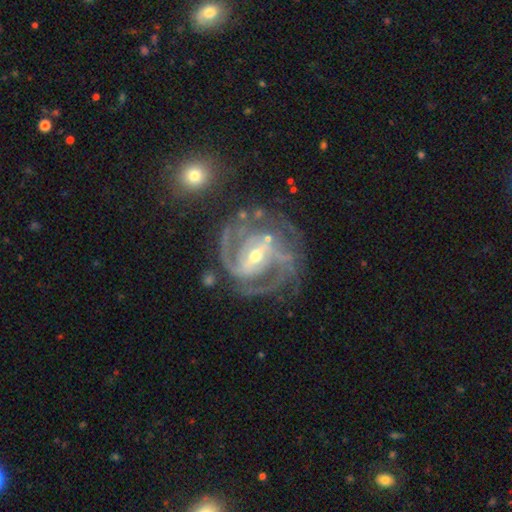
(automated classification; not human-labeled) A featured or disk galaxy (91%) with a strong bar (54%), 2 (45%) medium (45%, tied with tight) spiral arms (97%) and a moderate central bulge (50%). Merging: none (65%).